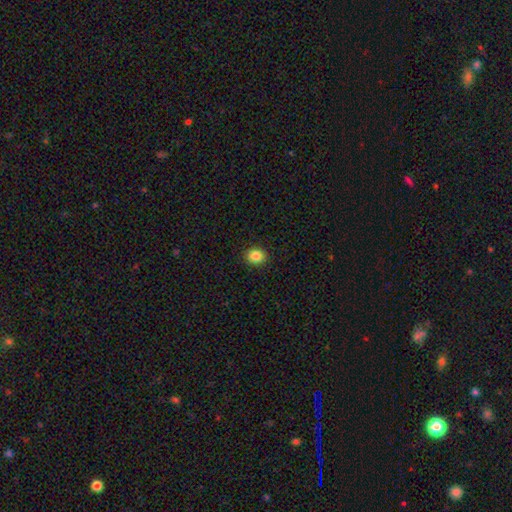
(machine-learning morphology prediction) This is clearly a smooth galaxy (85%). How rounded: likely round (64%). Merging: clearly none (91%).